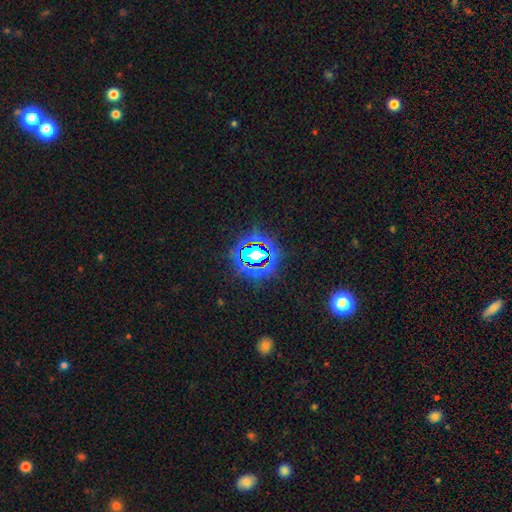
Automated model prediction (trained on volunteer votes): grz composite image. It shows a star or artifact, not a galaxy (68%).